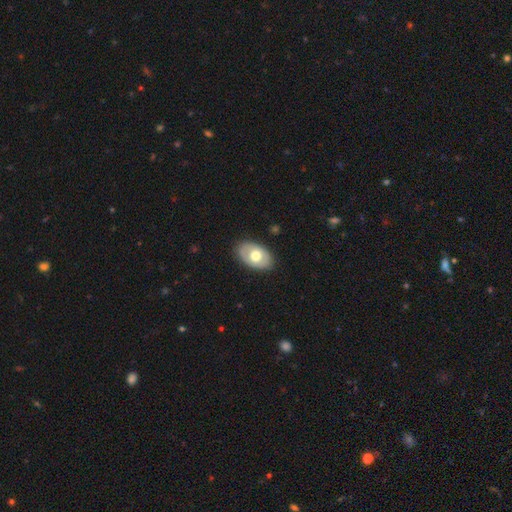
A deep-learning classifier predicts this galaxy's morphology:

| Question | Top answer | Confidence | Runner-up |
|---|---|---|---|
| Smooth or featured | smooth | 53% | featured or disk (41%) |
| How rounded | in between | 86% | round (13%) |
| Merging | none | 84% | minor disturbance (12%) |